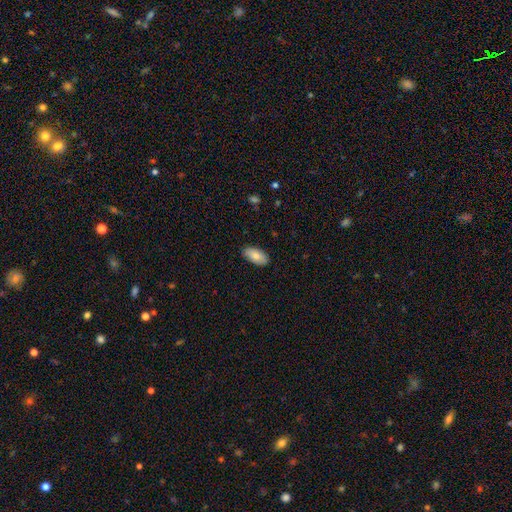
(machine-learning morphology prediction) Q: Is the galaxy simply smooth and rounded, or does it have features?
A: smooth — 81%.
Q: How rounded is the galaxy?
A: in between — 93%.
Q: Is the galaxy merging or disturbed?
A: none — 87%.